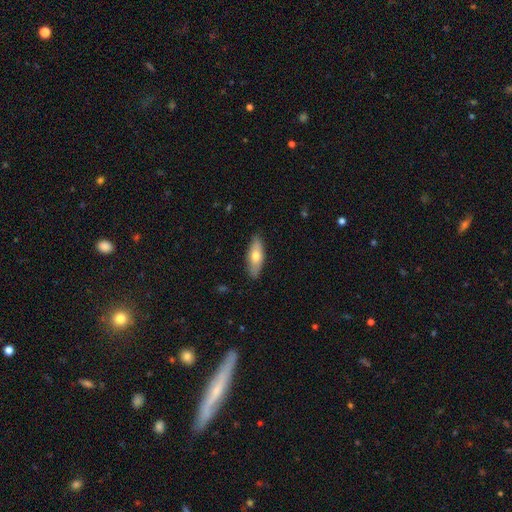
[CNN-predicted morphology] type=smooth (64%); roundness=in between (62%); merging=none (87%).